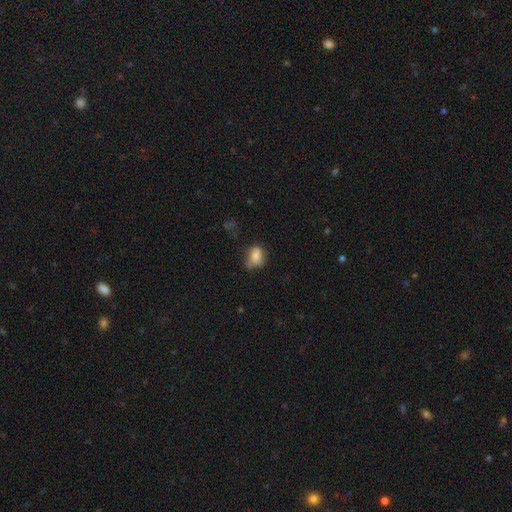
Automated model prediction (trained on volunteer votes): smooth 72%, featured or disk 18%, star or artifact 10%. Down the decision tree: how rounded — in between (63%); merging — none (45%).